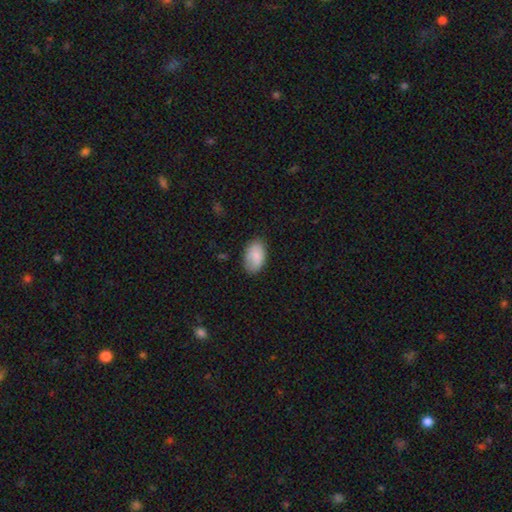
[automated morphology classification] type=smooth (85%); roundness=in between (92%); merging=none (79%).